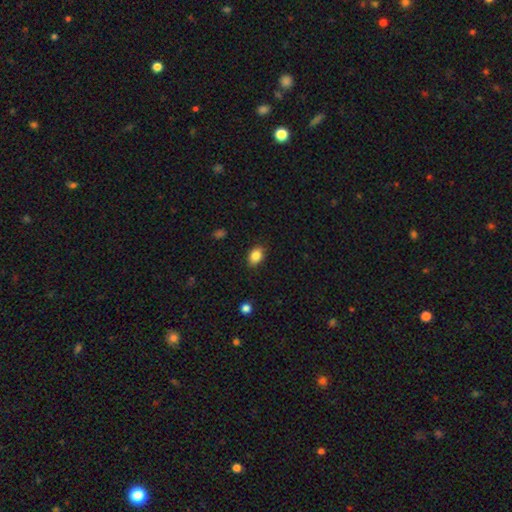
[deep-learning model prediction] smooth-or-featured: smooth: 86% | star or artifact: 9% | featured or disk: 5%
  how-rounded: in between: 79% | round: 20% | cigar-shaped: 1%
  merging: none: 86% | minor disturbance: 10% | major disturbance: 2% | merger: 1%